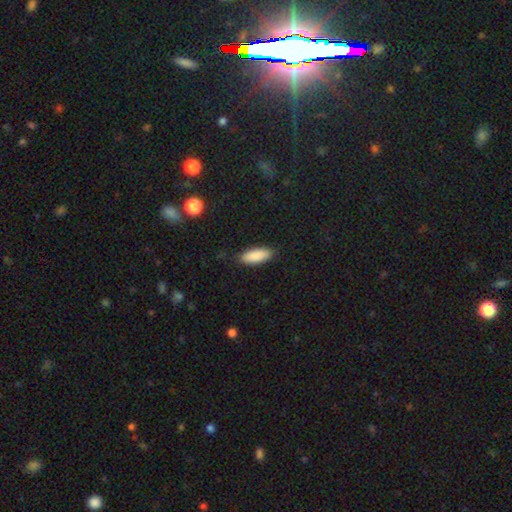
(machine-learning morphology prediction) A smooth galaxy with no disk features (89%) that is in between round and cigar-shaped (76%).

Vote fractions:
- Smooth or featured? smooth: 89% / star or artifact: 6% / featured or disk: 5%
- How rounded? in between: 76% / cigar-shaped: 22% / round: 2%
- Merging? none: 86% / minor disturbance: 11% / major disturbance: 2% / merger: 1%